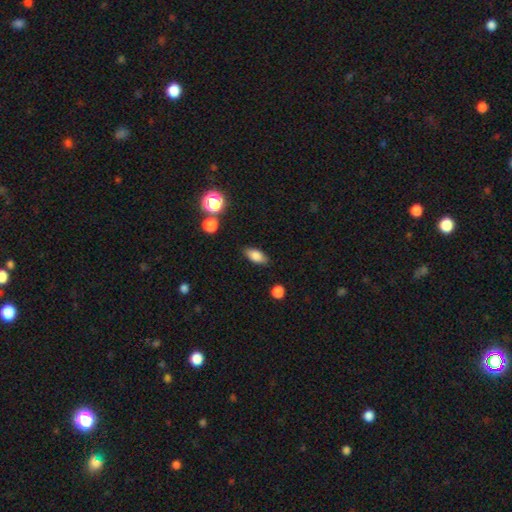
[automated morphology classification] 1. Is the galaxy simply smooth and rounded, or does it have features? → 81% smooth, 10% featured or disk, 9% star or artifact.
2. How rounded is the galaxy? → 84% in between, 10% cigar-shaped, 6% round.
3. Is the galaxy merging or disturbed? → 83% none, 12% minor disturbance, 3% major disturbance, 2% merger.